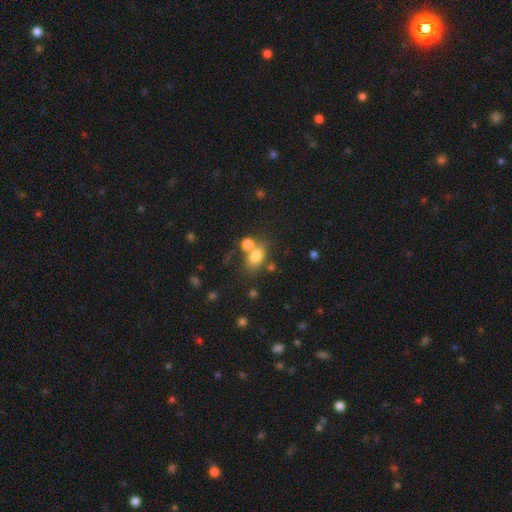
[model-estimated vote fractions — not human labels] This is likely a smooth galaxy (77%). How rounded: likely in between (69%). Merging: possibly none (50%).